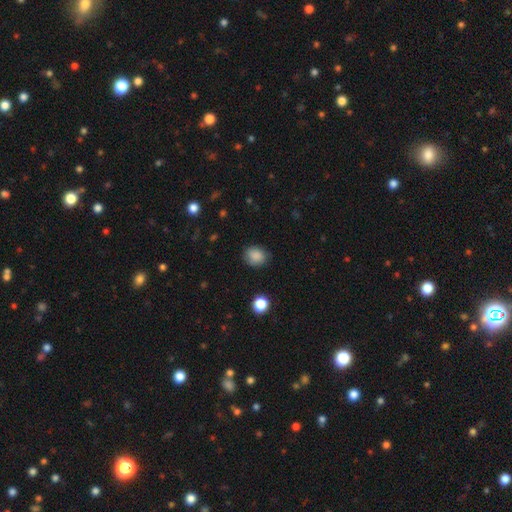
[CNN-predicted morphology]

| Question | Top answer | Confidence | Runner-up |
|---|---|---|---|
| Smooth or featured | smooth | 87% | star or artifact (9%) |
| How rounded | round | 65% | in between (35%) |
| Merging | none | 82% | minor disturbance (13%) |